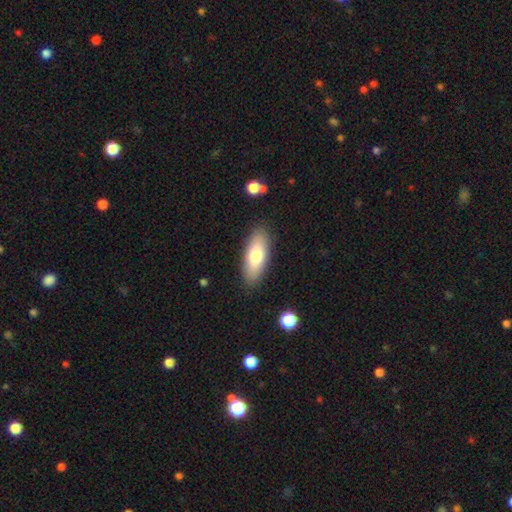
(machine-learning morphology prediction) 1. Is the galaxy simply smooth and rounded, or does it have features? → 73% smooth, 21% featured or disk, 6% star or artifact.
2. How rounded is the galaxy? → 78% in between, 20% cigar-shaped, 2% round.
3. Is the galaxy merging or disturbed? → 87% none, 9% minor disturbance, 2% major disturbance, 1% merger.